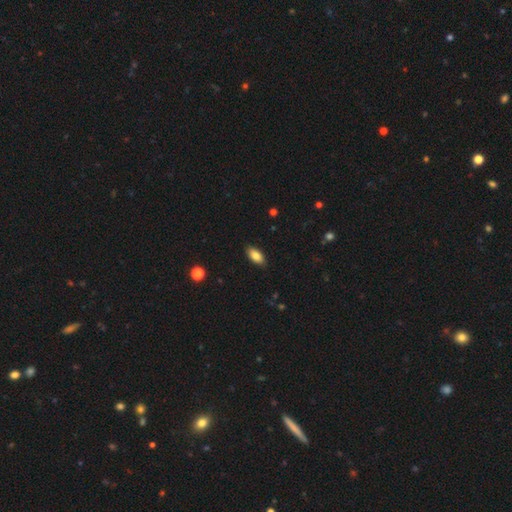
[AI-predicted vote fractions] This appears to be a smooth galaxy with no disk features (83%) that is in between round and cigar-shaped (90%). Merging: none (88%).